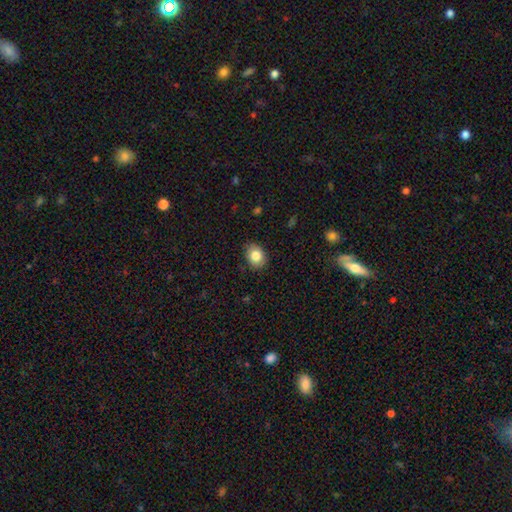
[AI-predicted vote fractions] Smooth or featured? smooth (82%)
How rounded? in between (54%)
Merging? none (85%)